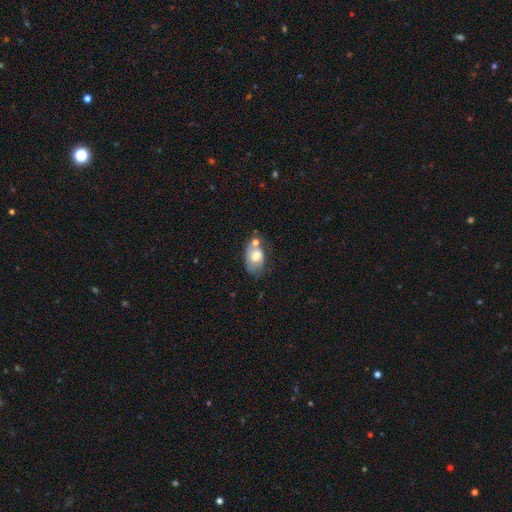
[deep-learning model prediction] A smooth galaxy with no disk features (63%) that is in between round and cigar-shaped (87%).

Vote fractions:
- Smooth or featured? smooth: 63% / featured or disk: 30% / star or artifact: 8%
- How rounded? in between: 87% / round: 12% / cigar-shaped: 1%
- Merging? none: 34% / merger: 27% / minor disturbance: 26% / major disturbance: 13%